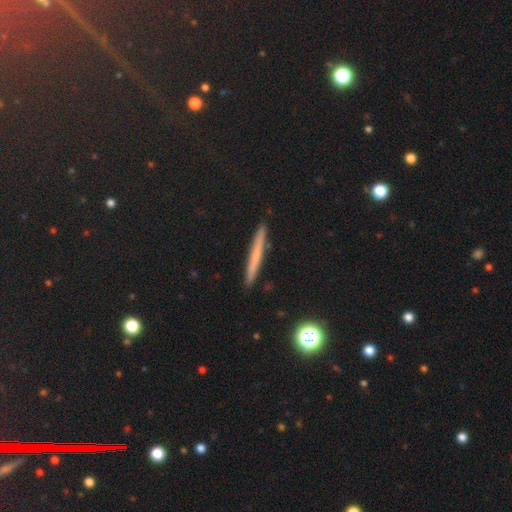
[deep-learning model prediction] smooth-or-featured: smooth: 54% | featured or disk: 37% | star or artifact: 9%
  how-rounded: cigar-shaped: 96% | in between: 2% | round: 2%
  merging: none: 91% | minor disturbance: 6% | major disturbance: 1% | merger: 1%